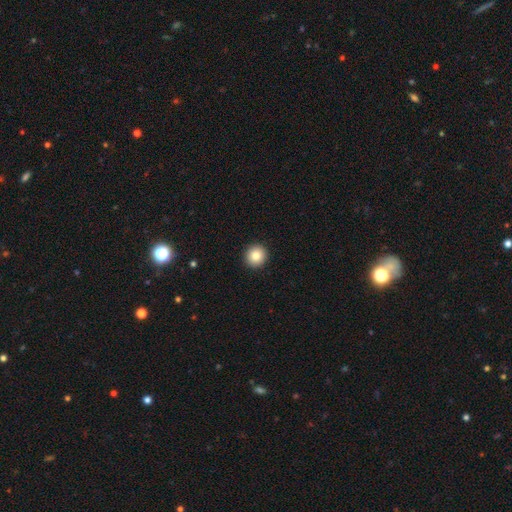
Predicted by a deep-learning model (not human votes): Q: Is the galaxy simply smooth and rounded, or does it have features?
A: smooth — 85%.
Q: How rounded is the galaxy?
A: round — 94%.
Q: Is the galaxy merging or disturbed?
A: none — 93%.